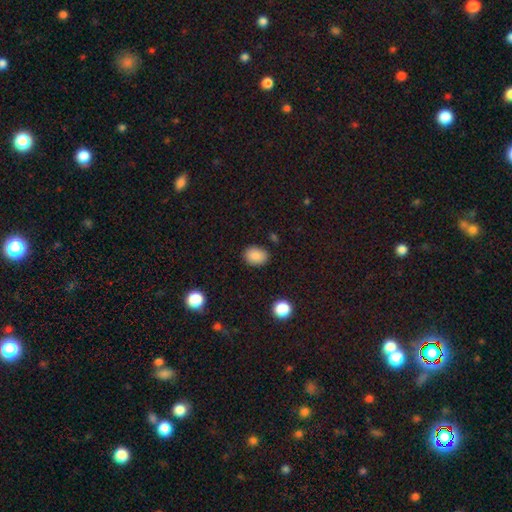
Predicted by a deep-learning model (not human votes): Morphology: type=smooth (88%); roundness=in between (62%); merging=none (85%).